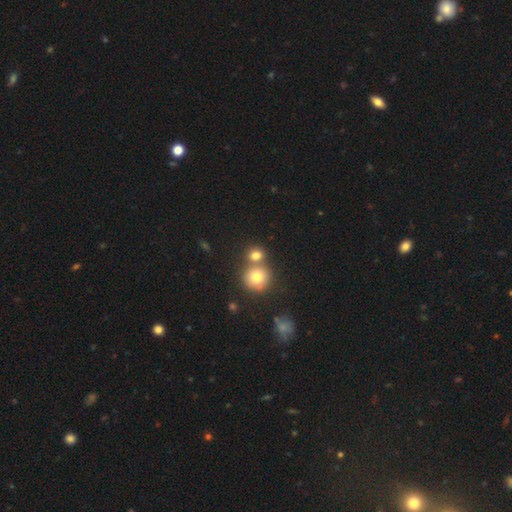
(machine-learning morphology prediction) smooth-or-featured: smooth: 77% | star or artifact: 13% | featured or disk: 10%
  how-rounded: round: 80% | in between: 19% | cigar-shaped: 1%
  merging: none: 50% | merger: 39% | minor disturbance: 8% | major disturbance: 3%